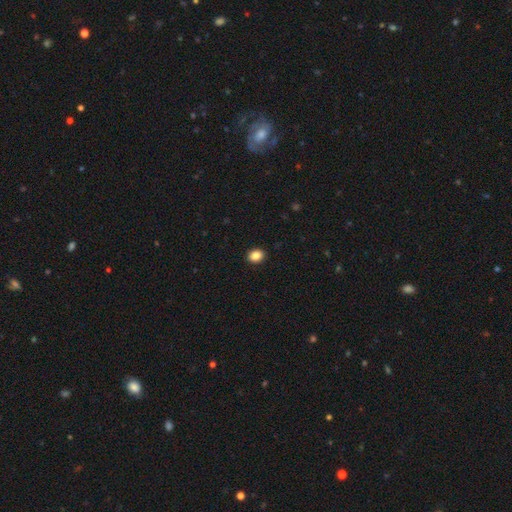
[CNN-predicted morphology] A smooth galaxy with no disk features (87%) that is in between round and cigar-shaped (58%).

Vote fractions:
- Smooth or featured? smooth: 87% / star or artifact: 9% / featured or disk: 4%
- How rounded? in between: 58% / round: 41% / cigar-shaped: 1%
- Merging? none: 92% / minor disturbance: 6% / major disturbance: 2% / merger: 1%